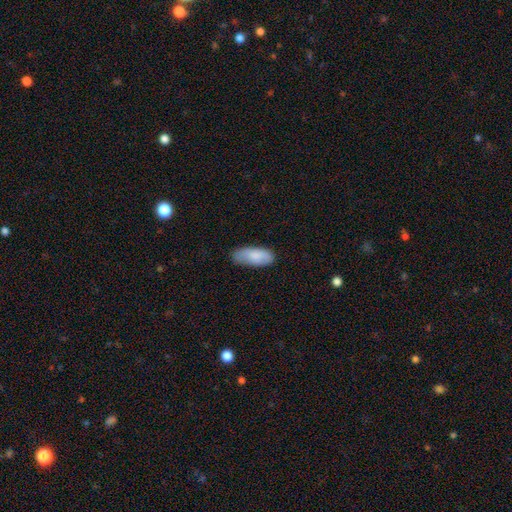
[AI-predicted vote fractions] smooth_or_featured: smooth (p=0.83) [alt: featured or disk p=0.11]
how_rounded: in between (p=0.85) [alt: cigar-shaped p=0.13]
merging: none (p=0.69) [alt: minor disturbance p=0.25]